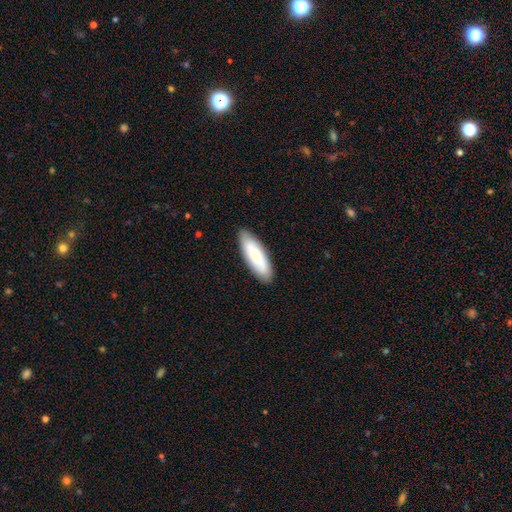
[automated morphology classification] This is likely a smooth galaxy (73%). How rounded: possibly in between (49%, tied with cigar-shaped). Merging: clearly none (87%).